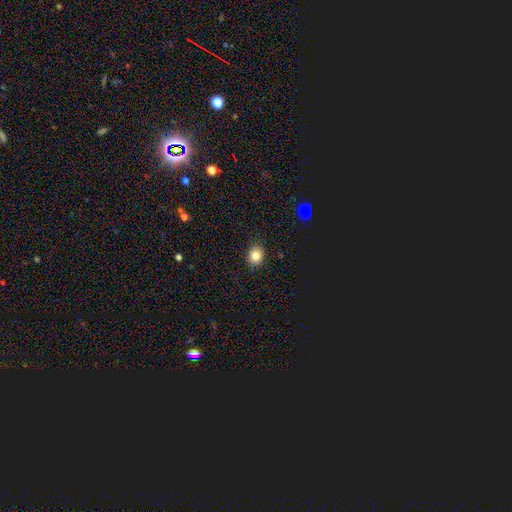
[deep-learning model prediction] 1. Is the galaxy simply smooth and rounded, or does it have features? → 83% smooth, 10% star or artifact, 6% featured or disk.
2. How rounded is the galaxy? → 56% round, 43% in between, 1% cigar-shaped.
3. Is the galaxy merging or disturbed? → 88% none, 9% minor disturbance, 2% major disturbance, 1% merger.